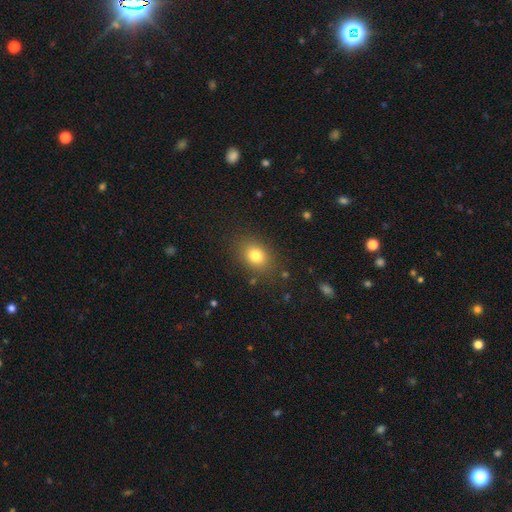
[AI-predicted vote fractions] This is likely a smooth galaxy (79%). How rounded: possibly in between (58%). Merging: clearly none (84%).